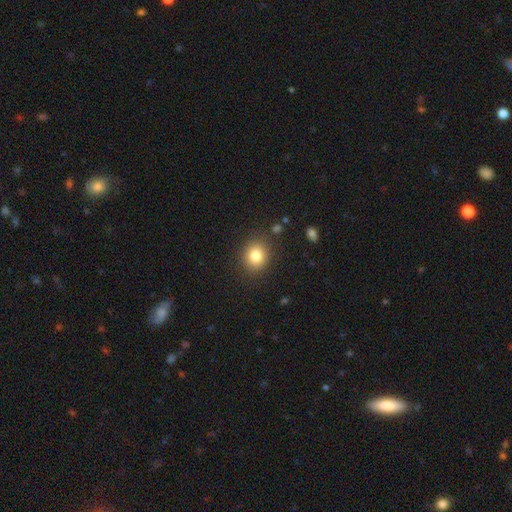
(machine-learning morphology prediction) This is clearly a smooth galaxy (82%). How rounded: likely round (74%). Merging: clearly none (86%).